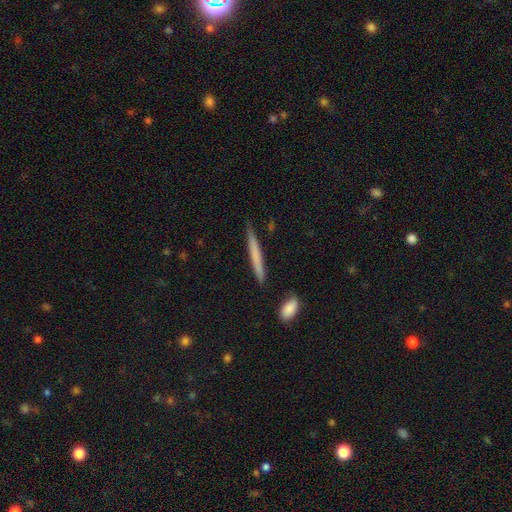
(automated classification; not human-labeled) Overall: smooth (64%; featured or disk 30%). How rounded: cigar-shaped (96%). Merging: none (86%).